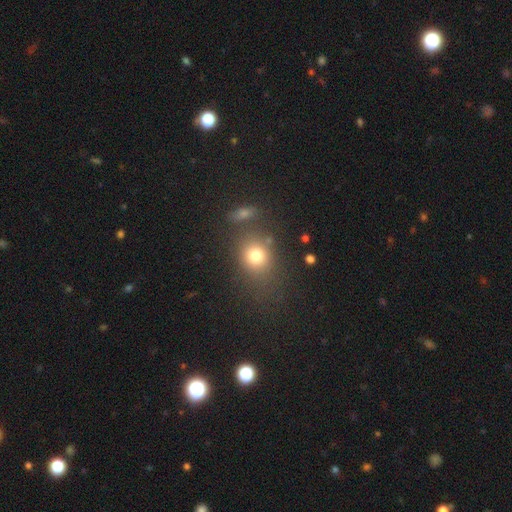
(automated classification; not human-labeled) smooth_or_featured: smooth (p=0.75) [alt: star or artifact p=0.14]
how_rounded: round (p=0.66) [alt: in between p=0.33]
merging: none (p=0.69) [alt: minor disturbance p=0.14]